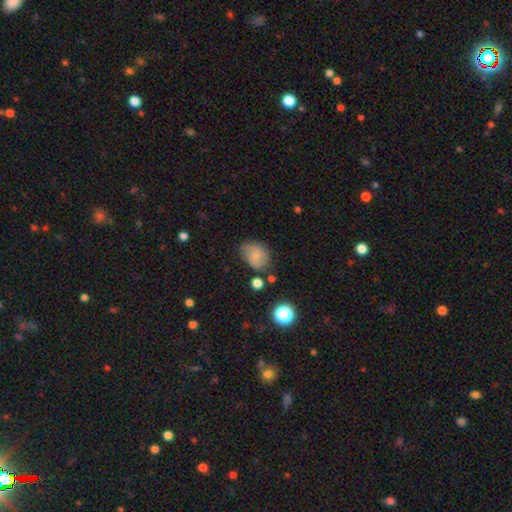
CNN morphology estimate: smooth-or-featured: smooth: 59% | featured or disk: 30% | star or artifact: 11%
  how-rounded: in between: 60% | round: 39% | cigar-shaped: 1%
  merging: none: 62% | minor disturbance: 26% | major disturbance: 8% | merger: 4%